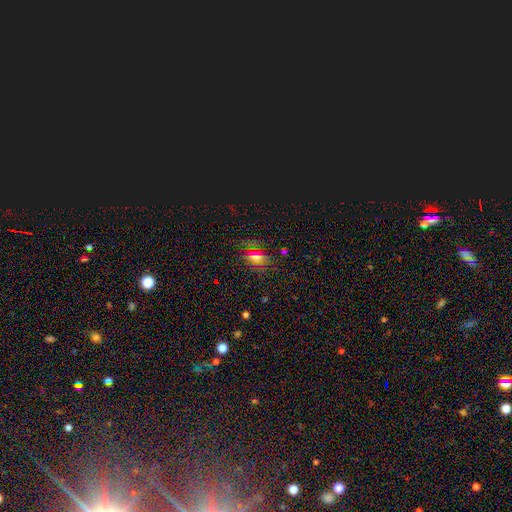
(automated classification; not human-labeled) smooth_or_featured: smooth (p=0.50) [alt: star or artifact p=0.37]
merging: none (p=0.80) [alt: minor disturbance p=0.13]